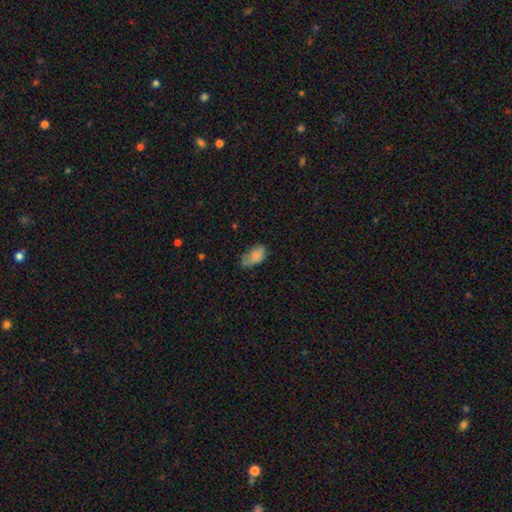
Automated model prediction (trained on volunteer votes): Smooth or featured? Predicted: smooth (p=0.80). How rounded? Predicted: in between (p=0.92). Merging? Predicted: minor disturbance (p=0.41, tied with none).